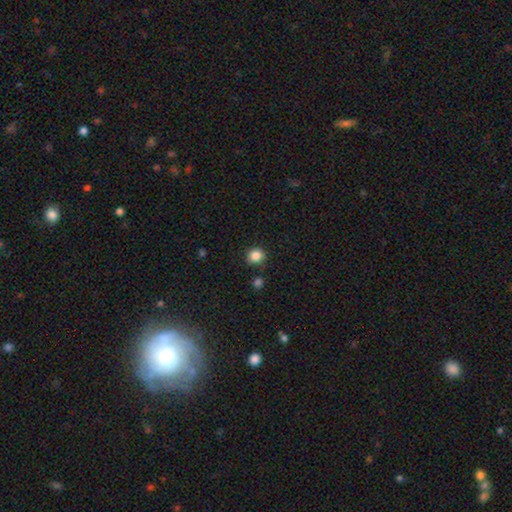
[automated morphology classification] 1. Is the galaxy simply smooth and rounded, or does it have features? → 85% smooth, 11% star or artifact, 4% featured or disk.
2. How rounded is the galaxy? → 87% round, 12% in between, 1% cigar-shaped.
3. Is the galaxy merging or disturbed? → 84% none, 10% minor disturbance, 4% merger, 3% major disturbance.